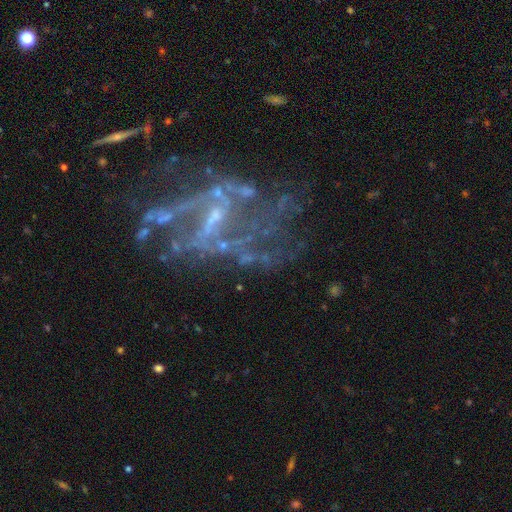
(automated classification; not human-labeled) Overall: featured or disk (81%). Edge-on disk: no (96%). Bar: weak (46%; no 28%). Spiral arms: yes (72%). Spiral arm count: 2 (37%; can't tell 34%). Spiral winding: loose (52%; medium 34%). Bulge size: small (58%; none 23%). Merging: none (43%; major disturbance 33%).